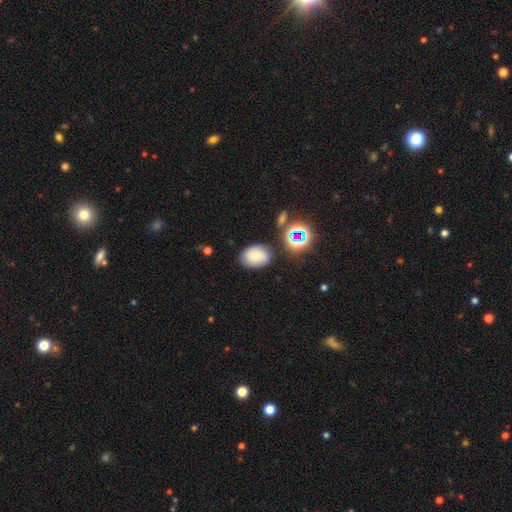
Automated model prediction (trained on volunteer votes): Smooth or featured: smooth — 72% (star or artifact — 15%)
How rounded: in between — 74% (round — 25%)
Merging: none — 78% (minor disturbance — 14%)